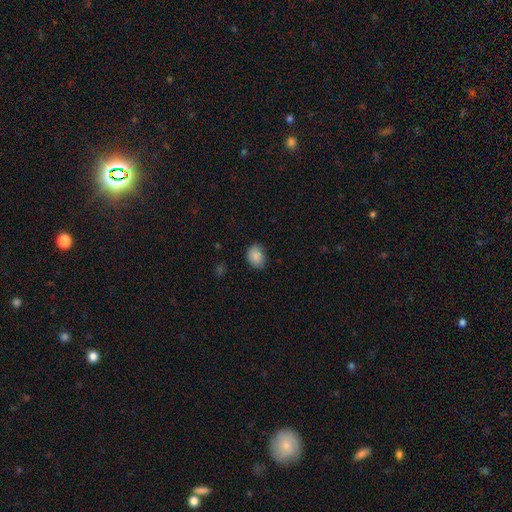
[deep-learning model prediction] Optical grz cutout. It shows a smooth galaxy with no disk features (87%) that is in between round and cigar-shaped (60%). Merging: none (77%).